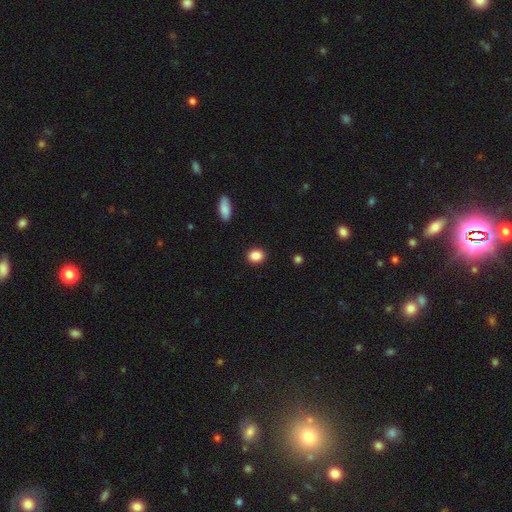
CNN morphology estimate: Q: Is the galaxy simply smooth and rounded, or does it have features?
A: smooth — 87%.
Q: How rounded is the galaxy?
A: round — 57%.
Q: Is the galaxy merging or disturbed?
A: none — 91%.